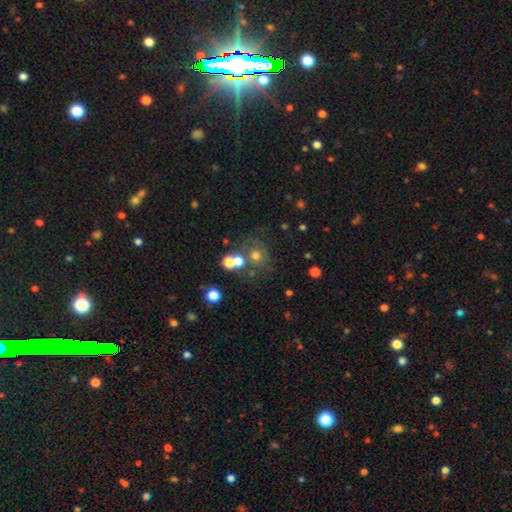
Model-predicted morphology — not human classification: This is likely a smooth galaxy (62%). How rounded: clearly round (82%). Merging: possibly none (59%).